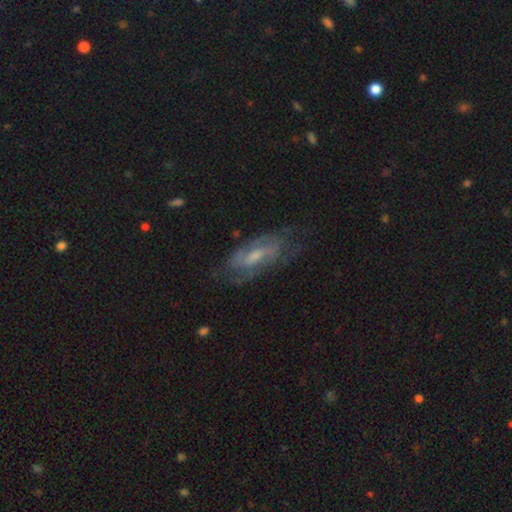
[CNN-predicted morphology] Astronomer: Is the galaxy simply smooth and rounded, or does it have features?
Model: featured or disk — 75%.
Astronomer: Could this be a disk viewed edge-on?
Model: no — 90%.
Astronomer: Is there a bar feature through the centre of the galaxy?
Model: weak — 50% (runner-up: no, 32%).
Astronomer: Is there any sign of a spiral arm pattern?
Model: yes — 85%.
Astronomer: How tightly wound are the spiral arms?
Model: medium — 45% (runner-up: tight, 40%).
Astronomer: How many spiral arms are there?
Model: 2 — 56%.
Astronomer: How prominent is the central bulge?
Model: moderate — 43% (runner-up: small, 38%).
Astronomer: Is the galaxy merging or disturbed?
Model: none — 64%.